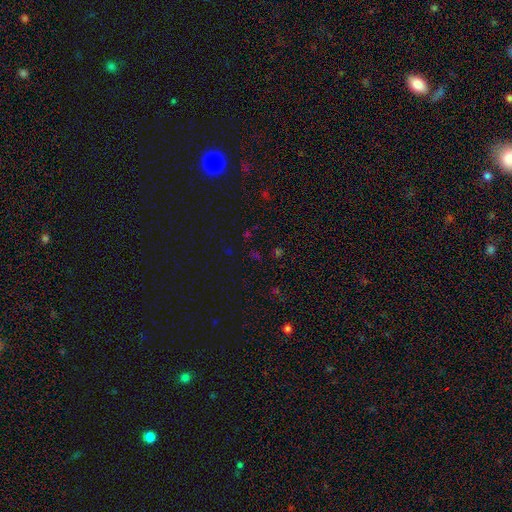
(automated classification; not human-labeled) Morphology: type=star or artifact (61%).